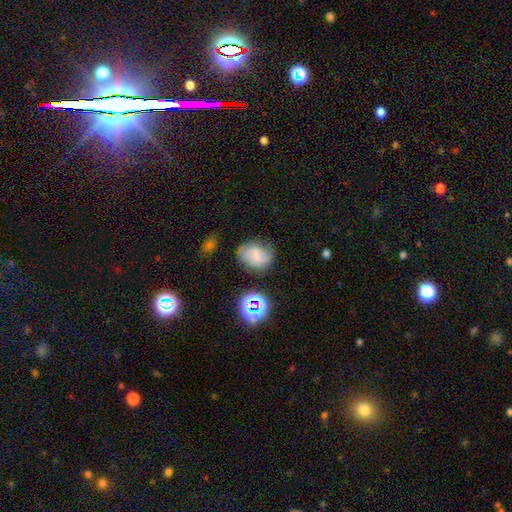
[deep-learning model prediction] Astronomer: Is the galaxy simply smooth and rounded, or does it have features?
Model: smooth — 53% (runner-up: featured or disk, 33%).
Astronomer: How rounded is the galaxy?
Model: round — 54% (runner-up: in between, 45%).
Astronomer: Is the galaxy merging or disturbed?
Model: none — 70%.